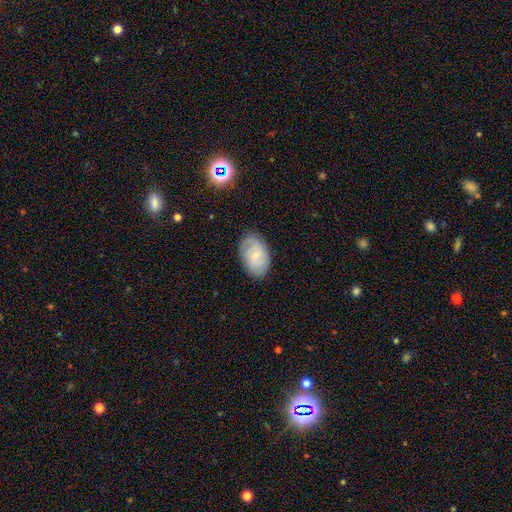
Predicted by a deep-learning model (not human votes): featured or disk 63%, smooth 30%, star or artifact 7%. Down the decision tree: edge-on disk — no (96%); bar — no (51%); spiral arms — yes (91%); spiral arm count — 2 (42%); spiral winding — tight (55%); bulge size — small (74%); merging — none (80%).